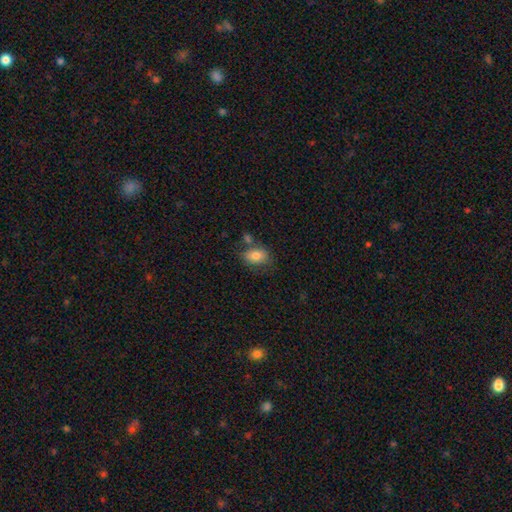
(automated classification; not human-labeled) smooth 79%, featured or disk 12%, star or artifact 8%. Down the decision tree: how rounded — in between (79%); merging — none (57%).